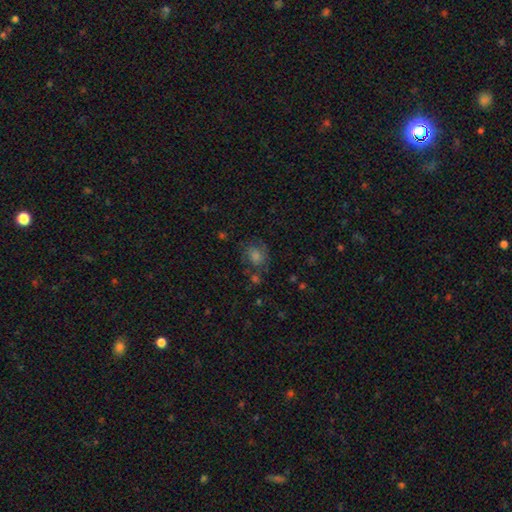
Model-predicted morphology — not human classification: type=smooth (40%); merging=none (67%).